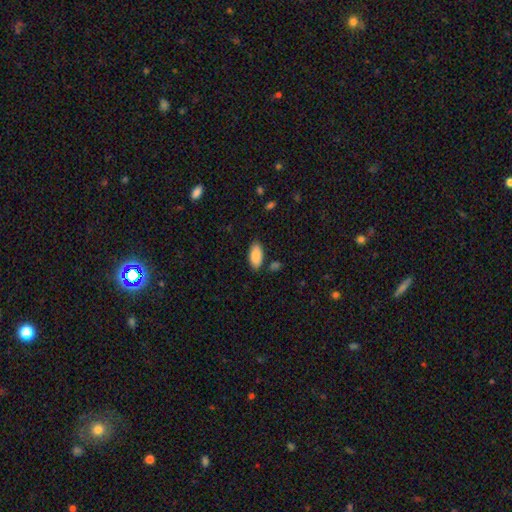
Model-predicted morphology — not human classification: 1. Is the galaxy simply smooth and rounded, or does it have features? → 87% smooth, 7% featured or disk, 6% star or artifact.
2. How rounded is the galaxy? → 92% in between, 6% cigar-shaped, 2% round.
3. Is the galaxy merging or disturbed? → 83% none, 11% minor disturbance, 4% merger, 2% major disturbance.